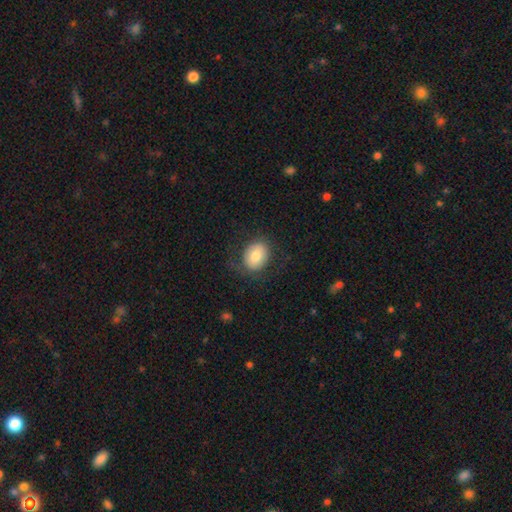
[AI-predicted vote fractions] smooth_or_featured: smooth (p=0.77) [alt: featured or disk p=0.15]
how_rounded: in between (p=0.56) [alt: round p=0.44]
merging: none (p=0.76) [alt: minor disturbance p=0.14]